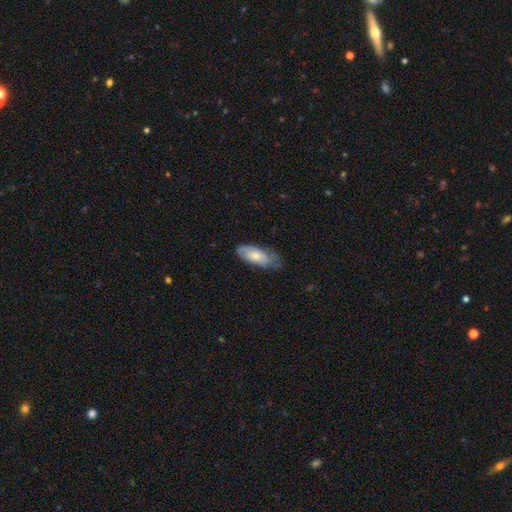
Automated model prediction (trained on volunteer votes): Q: Smooth or featured?
A: smooth (62%); runner-up: featured or disk (32%)
Q: How rounded?
A: in between (81%); runner-up: cigar-shaped (16%)
Q: Merging?
A: none (56%); runner-up: minor disturbance (33%)